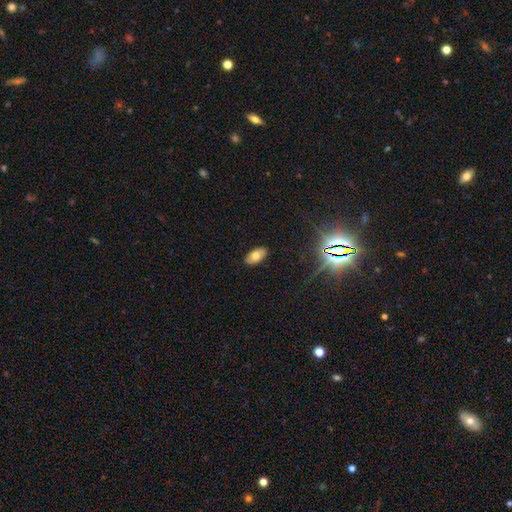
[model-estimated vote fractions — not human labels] This is likely a smooth galaxy (69%). How rounded: clearly in between (94%). Merging: clearly none (87%).